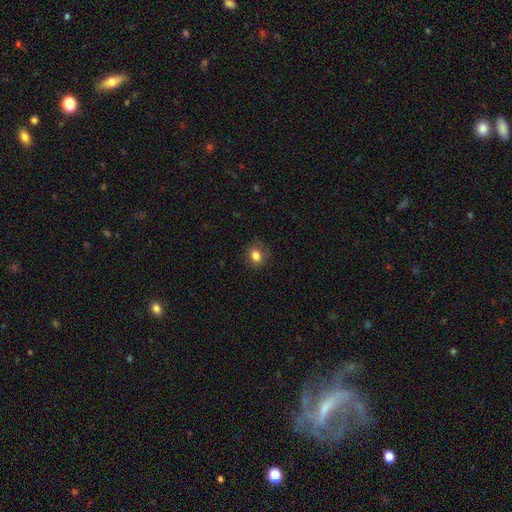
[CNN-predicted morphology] The model was most divided on "how rounded": round: 58%, in between: 41%, cigar-shaped: 1%. More confident: smooth or featured — smooth (82%); merging — none (79%).